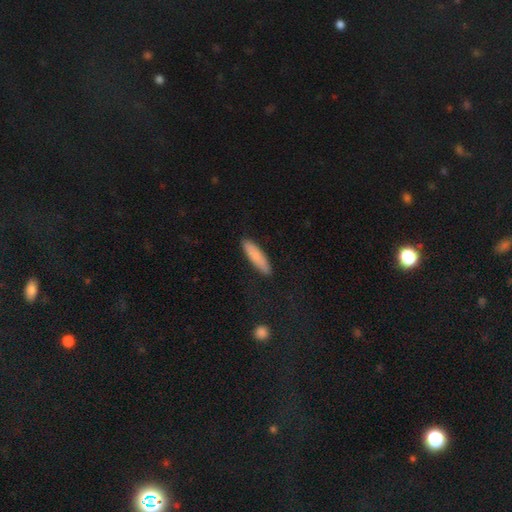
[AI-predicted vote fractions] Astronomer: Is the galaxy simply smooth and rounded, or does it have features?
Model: smooth — 80%.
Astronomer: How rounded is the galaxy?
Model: cigar-shaped — 73%.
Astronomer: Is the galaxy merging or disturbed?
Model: none — 89%.